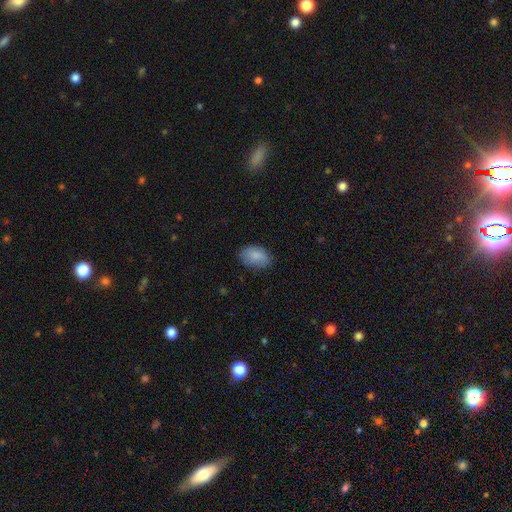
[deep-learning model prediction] This is clearly a smooth galaxy (86%). How rounded: clearly in between (89%). Merging: likely none (76%).